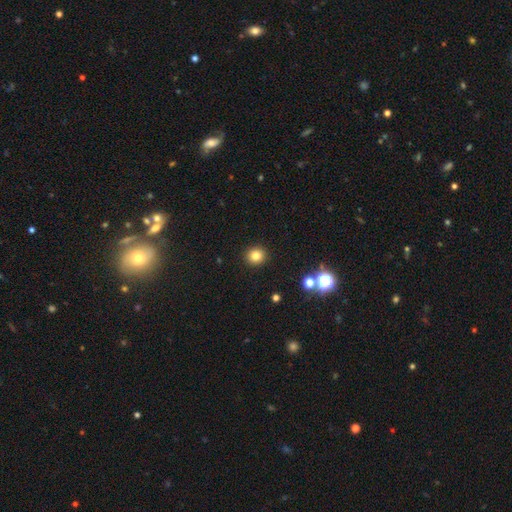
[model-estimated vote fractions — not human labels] smooth-or-featured: smooth: 81% | star or artifact: 13% | featured or disk: 6%
  how-rounded: round: 88% | in between: 11% | cigar-shaped: 1%
  merging: none: 92% | minor disturbance: 5% | major disturbance: 2% | merger: 1%